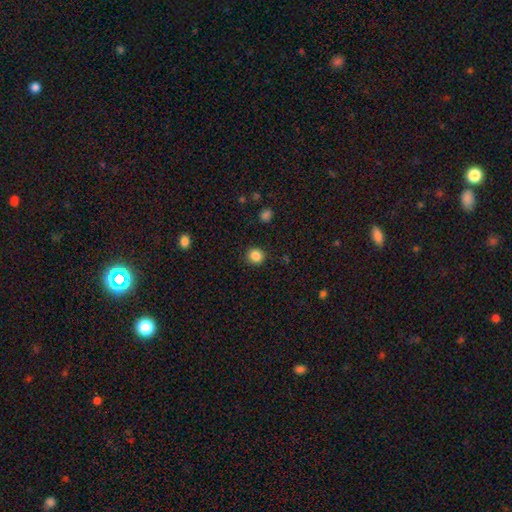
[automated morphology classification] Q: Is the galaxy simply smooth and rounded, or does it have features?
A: smooth — 85%.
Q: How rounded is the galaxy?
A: round — 88%.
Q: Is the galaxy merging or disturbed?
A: none — 90%.